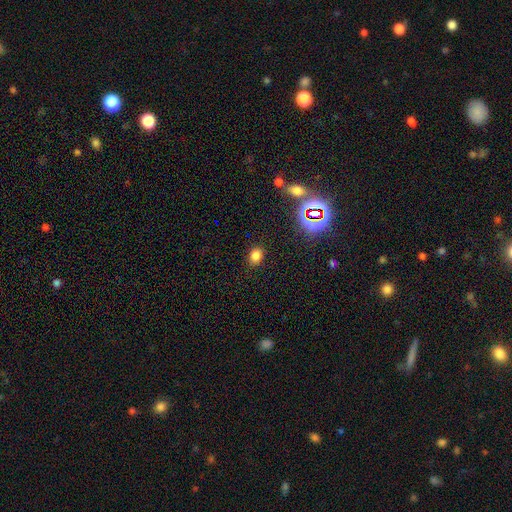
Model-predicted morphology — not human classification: type=smooth (76%); roundness=in between (52%); merging=none (84%).